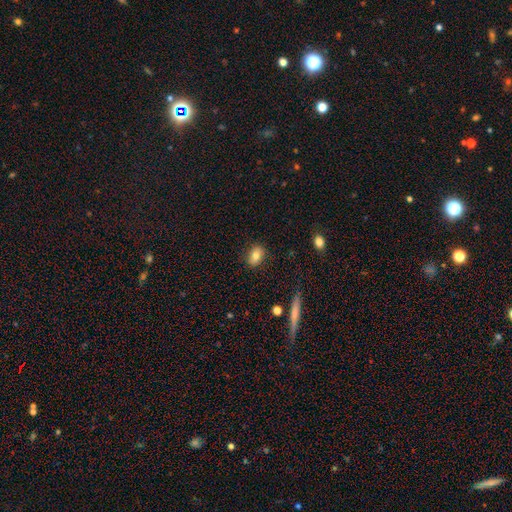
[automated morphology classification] This appears to be a smooth galaxy with no disk features (78%) that is in between round and cigar-shaped (74%). Merging: none (85%).